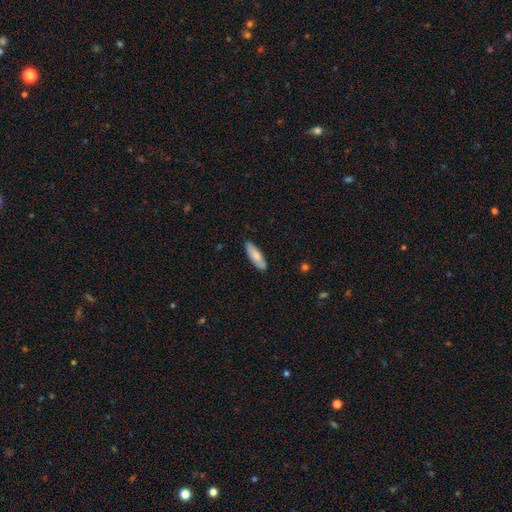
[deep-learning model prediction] Smooth or featured? Predicted: smooth (p=0.78). How rounded? Predicted: in between (p=0.54). Merging? Predicted: none (p=0.86).